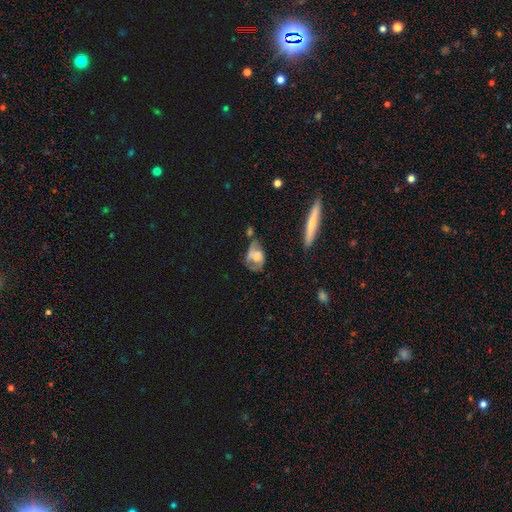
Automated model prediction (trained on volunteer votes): Overall: smooth (47%; featured or disk 44%). Merging: none (32%; minor disturbance 30%).